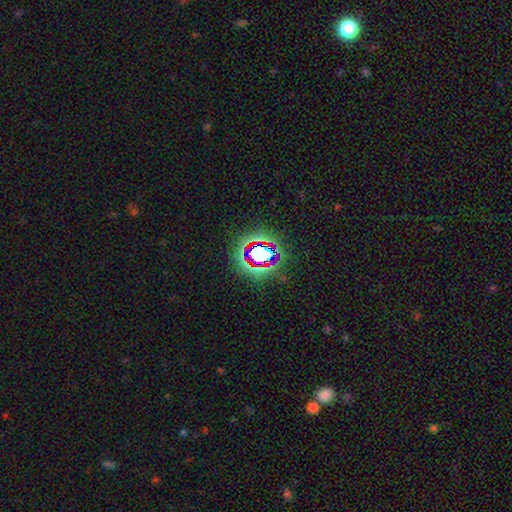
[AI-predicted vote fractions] Morphology: type=star or artifact (74%).